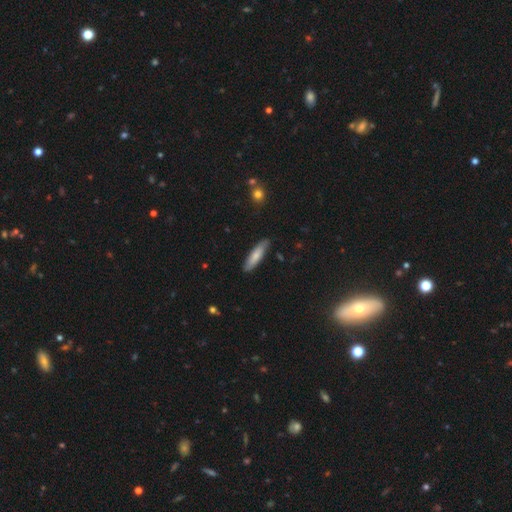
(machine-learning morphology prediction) Q: Smooth or featured?
A: smooth (73%); runner-up: featured or disk (22%)
Q: How rounded?
A: cigar-shaped (74%); runner-up: in between (25%)
Q: Merging?
A: none (86%); runner-up: minor disturbance (11%)